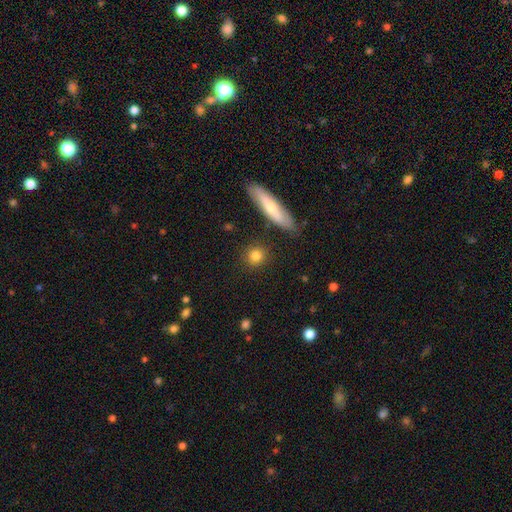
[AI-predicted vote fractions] Smooth or featured? smooth (82%)
How rounded? round (78%)
Merging? none (87%)